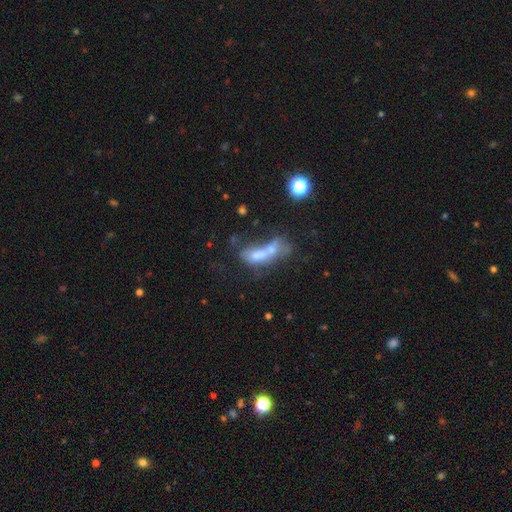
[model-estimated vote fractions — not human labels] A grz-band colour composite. It shows a smooth galaxy with no disk features (46%). Merging: merger (52%).